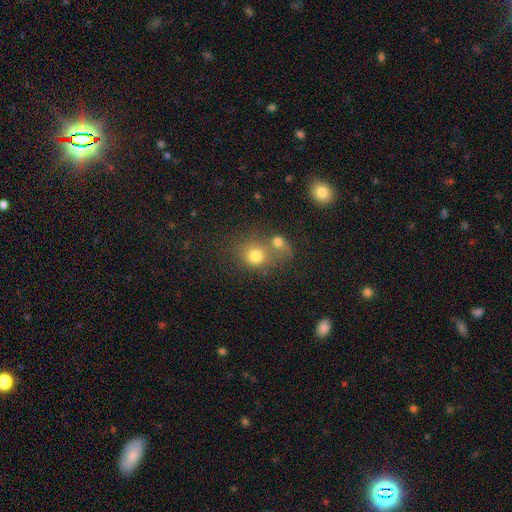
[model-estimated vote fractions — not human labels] A smooth galaxy with no disk features (75%) that is round (72%). Merging: merger (49%).